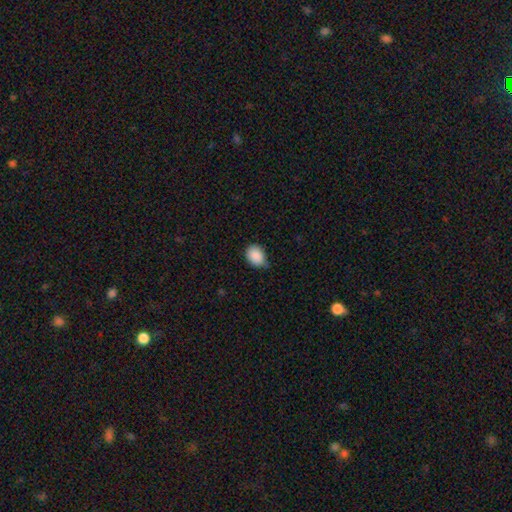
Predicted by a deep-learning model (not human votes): Q: Smooth or featured?
A: smooth (89%); runner-up: star or artifact (8%)
Q: How rounded?
A: in between (63%); runner-up: round (36%)
Q: Merging?
A: none (67%); runner-up: minor disturbance (27%)